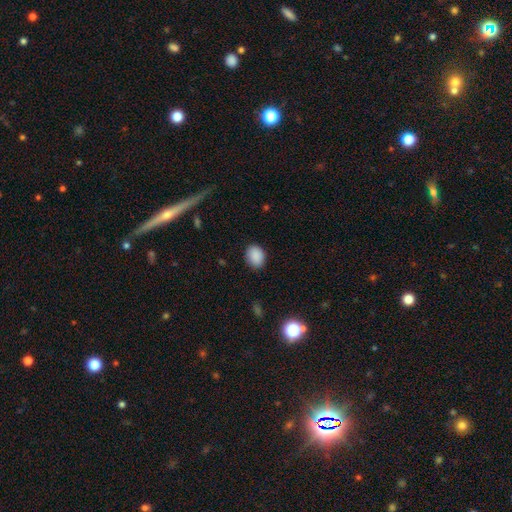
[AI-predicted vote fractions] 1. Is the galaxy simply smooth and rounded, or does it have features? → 89% smooth, 9% star or artifact, 3% featured or disk.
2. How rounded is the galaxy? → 56% in between, 43% round, 1% cigar-shaped.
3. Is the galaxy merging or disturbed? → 86% none, 10% minor disturbance, 3% major disturbance, 1% merger.